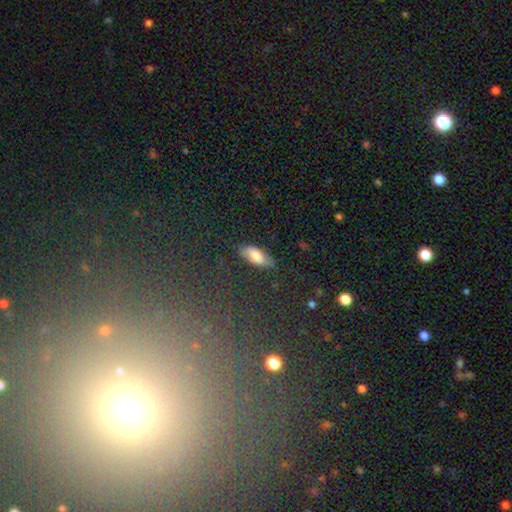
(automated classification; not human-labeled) This appears to be a smooth galaxy with no disk features (76%) that is in between round and cigar-shaped (77%). Merging: none (79%).